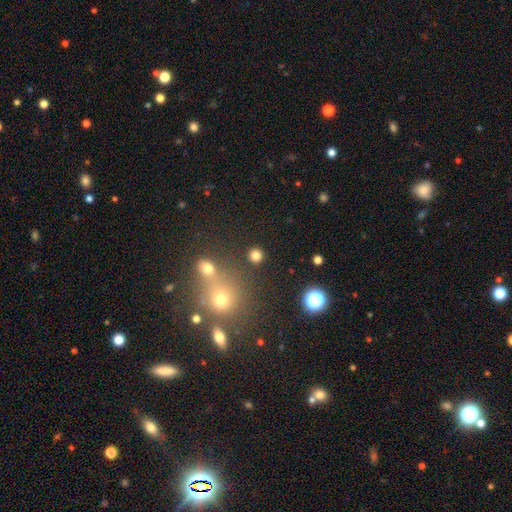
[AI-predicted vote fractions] Overall: smooth (80%). How rounded: round (92%). Merging: none (87%).